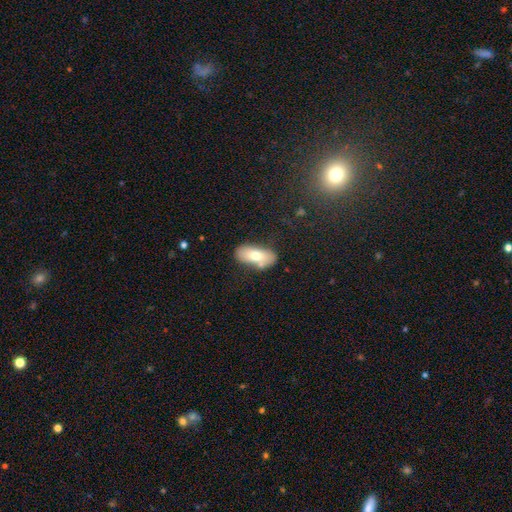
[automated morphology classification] Smooth or featured?
  - smooth: 71% *
  - featured or disk: 22%
  - star or artifact: 7%
How rounded?
  - in between: 88% *
  - cigar-shaped: 8%
  - round: 4%
Merging?
  - none: 66% *
  - minor disturbance: 17%
  - merger: 12%
  - major disturbance: 5%